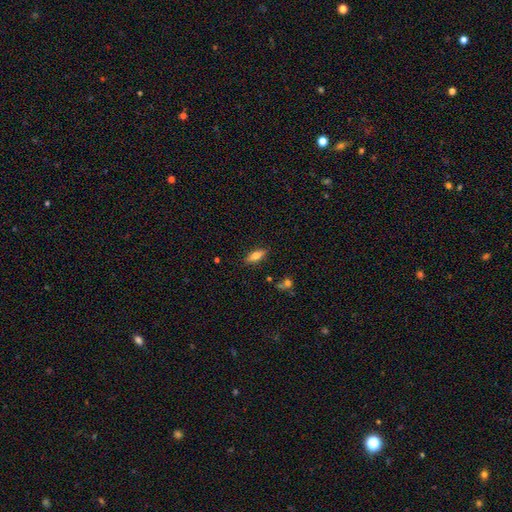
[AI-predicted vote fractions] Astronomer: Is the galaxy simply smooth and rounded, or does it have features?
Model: smooth — 65%.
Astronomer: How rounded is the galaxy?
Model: in between — 63%.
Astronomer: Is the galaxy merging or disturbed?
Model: none — 86%.